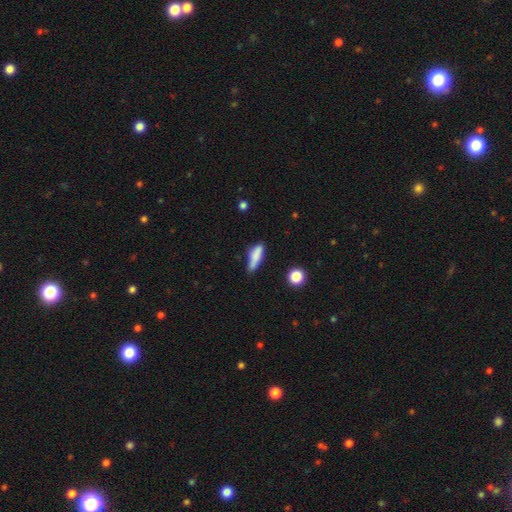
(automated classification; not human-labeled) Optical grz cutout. It shows a smooth galaxy with no disk features (78%) that is cigar-shaped (58%). Merging: none (54%).